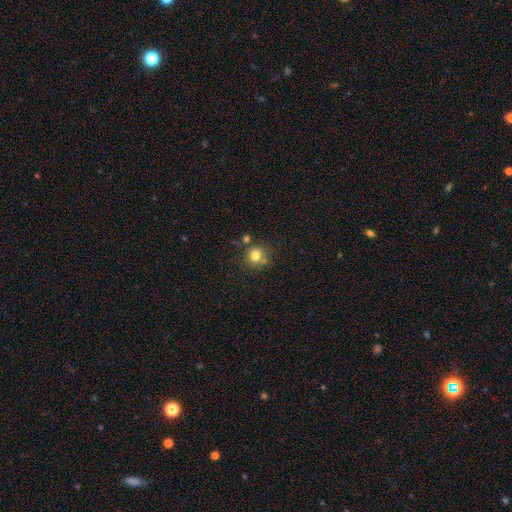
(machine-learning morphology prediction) Overall: smooth (79%). How rounded: round (91%). Merging: none (73%).